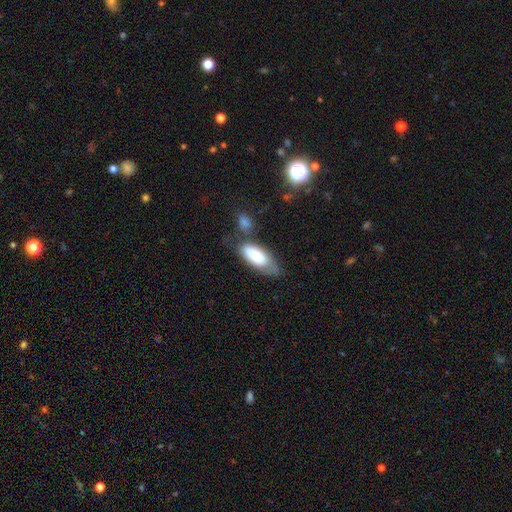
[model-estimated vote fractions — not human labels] Smooth or featured?
  - smooth: 75% *
  - featured or disk: 19%
  - star or artifact: 6%
How rounded?
  - in between: 83% *
  - cigar-shaped: 16%
  - round: 2%
Merging?
  - none: 45% *
  - minor disturbance: 26%
  - merger: 16%
  - major disturbance: 13%